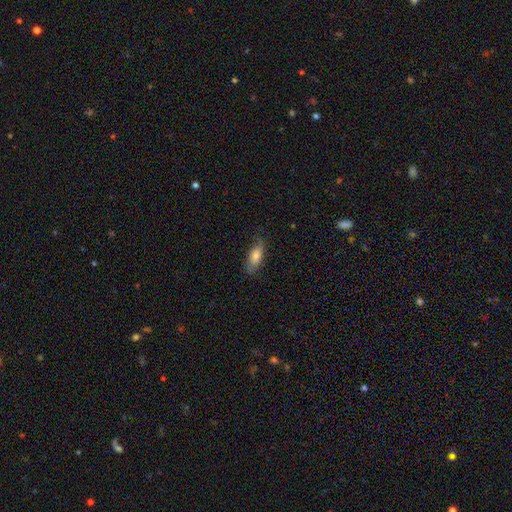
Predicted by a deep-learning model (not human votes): smooth-or-featured: smooth: 75% | featured or disk: 18% | star or artifact: 7%
  how-rounded: in between: 68% | cigar-shaped: 30% | round: 2%
  merging: none: 74% | minor disturbance: 21% | major disturbance: 5% | merger: 1%